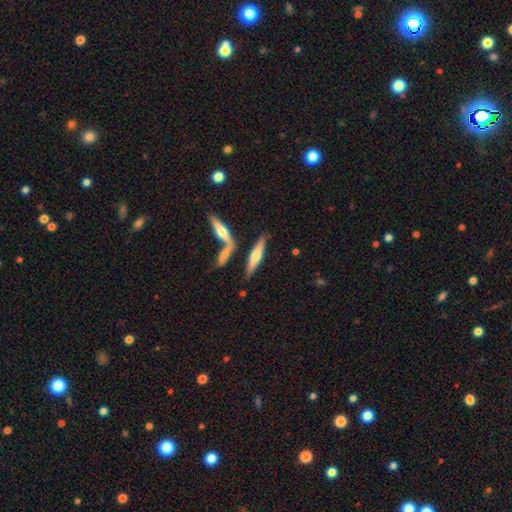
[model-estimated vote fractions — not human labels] A smooth galaxy with no disk features (47%, tied with featured or disk).

Vote fractions:
- Smooth or featured? smooth: 47% (tied) / featured or disk: 47% (tied) / star or artifact: 6%
- Merging? none: 59% / merger: 26% / minor disturbance: 11% / major disturbance: 4%